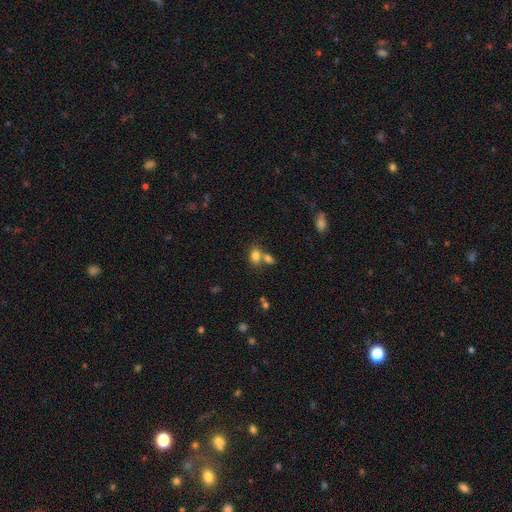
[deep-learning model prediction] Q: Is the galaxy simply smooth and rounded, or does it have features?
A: smooth — 80%.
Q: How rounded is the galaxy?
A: in between — 78%.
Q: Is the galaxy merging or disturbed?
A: merger — 43%.